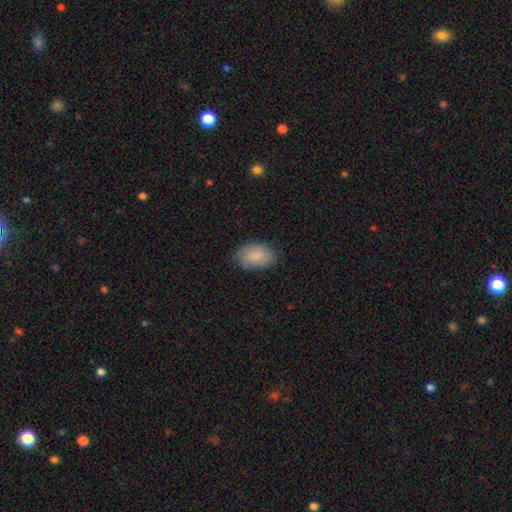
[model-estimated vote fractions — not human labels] The model was most divided on "merging": none: 84%, minor disturbance: 13%, major disturbance: 3%, merger: 1%. More confident: how rounded — in between (89%); smooth or featured — smooth (87%).